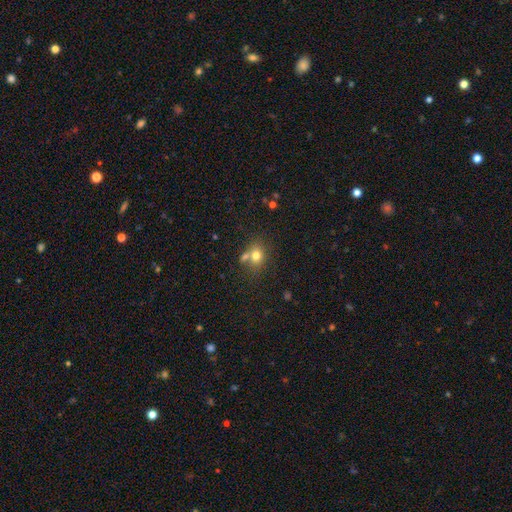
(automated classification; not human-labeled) The model was most divided on "how rounded": round: 50%, in between: 48%, cigar-shaped: 1%. More confident: smooth or featured — smooth (75%); merging — none (54%).